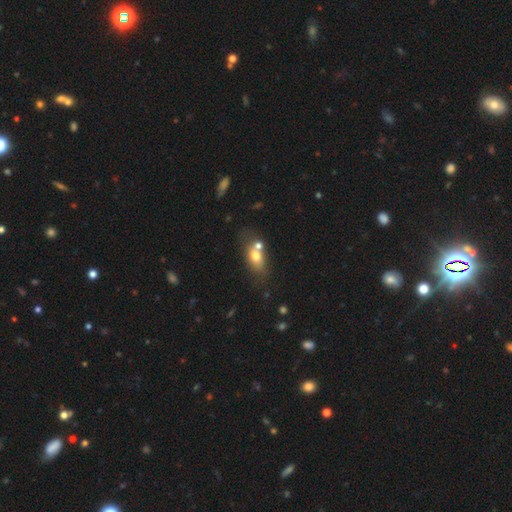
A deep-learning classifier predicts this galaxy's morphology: Smooth or featured? Predicted: smooth (p=0.68). How rounded? Predicted: in between (p=0.77). Merging? Predicted: none (p=0.44).